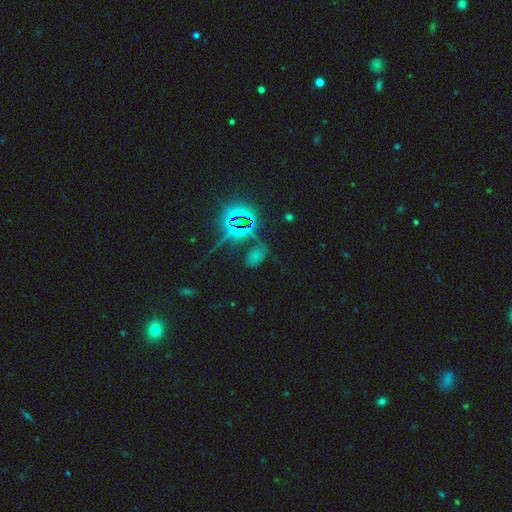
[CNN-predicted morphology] Smooth or featured? Predicted: star or artifact (p=0.53).